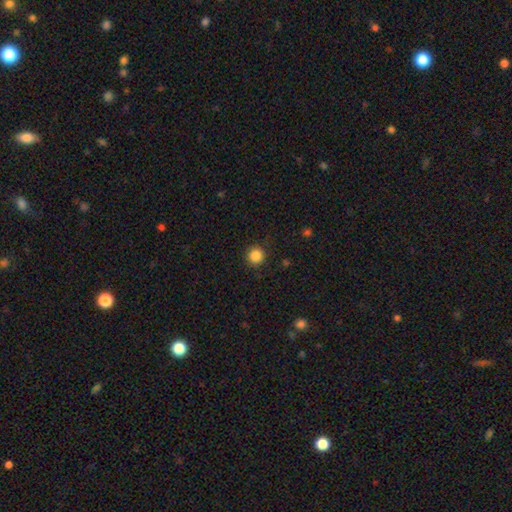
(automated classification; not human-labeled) Overall: smooth (85%). How rounded: round (94%). Merging: none (90%).